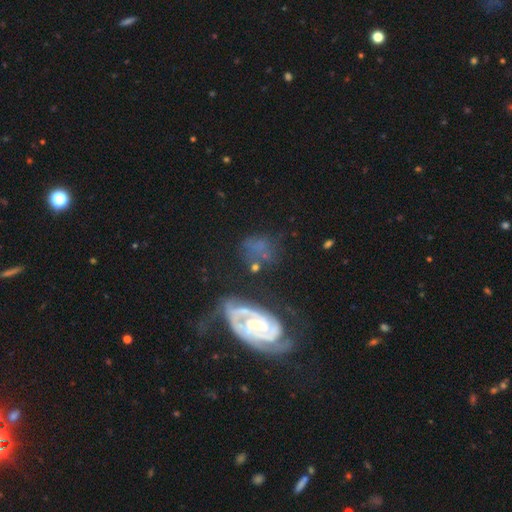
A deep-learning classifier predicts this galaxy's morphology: smooth_or_featured: featured or disk (p=0.65) [alt: smooth p=0.21]
disk_edge_on: no (p=0.93) [alt: yes p=0.07]
bar: no (p=0.56) [alt: weak p=0.29]
has_spiral_arms: yes (p=0.80) [alt: no p=0.20]
bulge_size: small (p=0.50) [alt: moderate p=0.33]
merging: none (p=0.48) [alt: minor disturbance p=0.22]